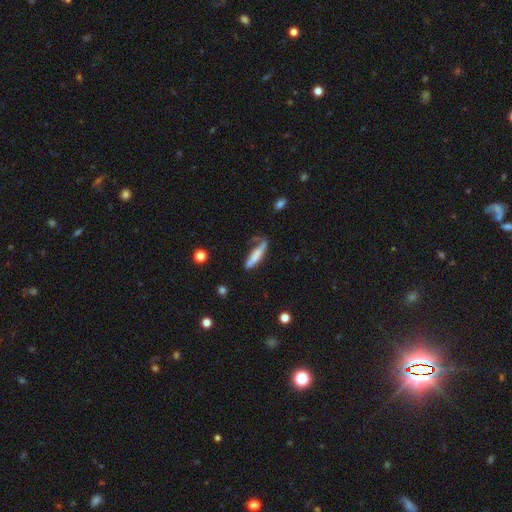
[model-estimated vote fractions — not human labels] The model was most divided on "merging": none: 46%, minor disturbance: 29%, major disturbance: 17%, merger: 8%. More confident: how rounded — cigar-shaped (77%); smooth or featured — smooth (66%).